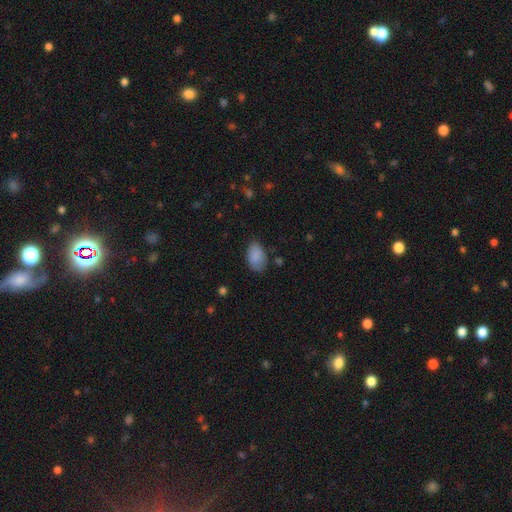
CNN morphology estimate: Smooth or featured? smooth (87%)
How rounded? in between (90%)
Merging? none (70%)